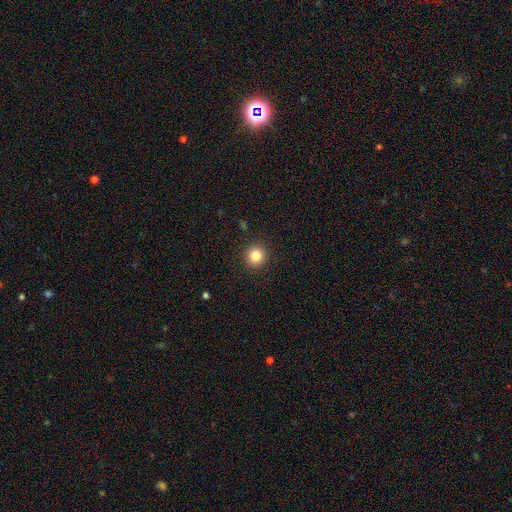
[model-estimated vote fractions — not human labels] smooth_or_featured: smooth (p=0.83) [alt: star or artifact p=0.11]
how_rounded: round (p=0.93) [alt: in between p=0.06]
merging: none (p=0.92) [alt: minor disturbance p=0.05]